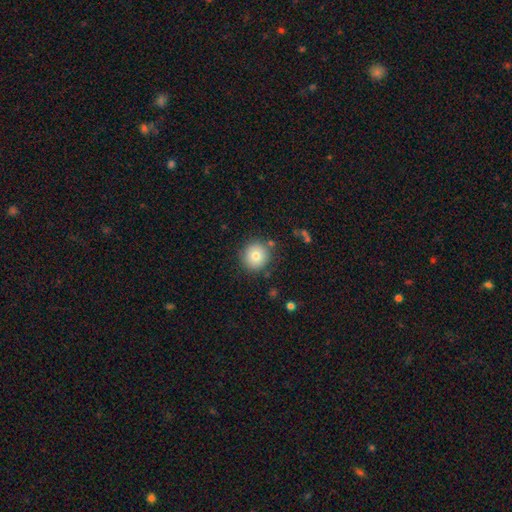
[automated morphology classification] Smooth or featured? Predicted: smooth (p=0.79). How rounded? Predicted: round (p=0.93). Merging? Predicted: none (p=0.85).